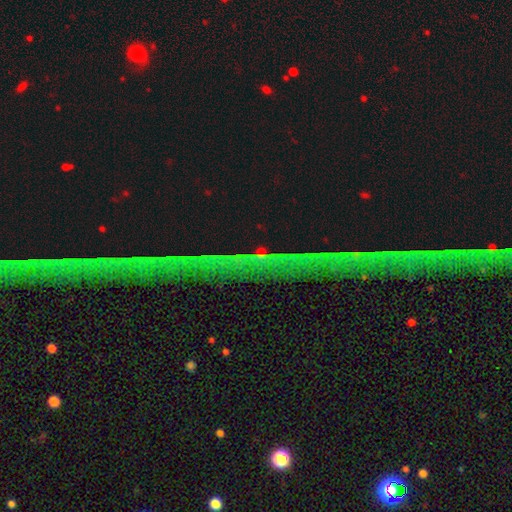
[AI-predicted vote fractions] The model was most divided on "smooth or featured": star or artifact: 72%, featured or disk: 16%, smooth: 11%.